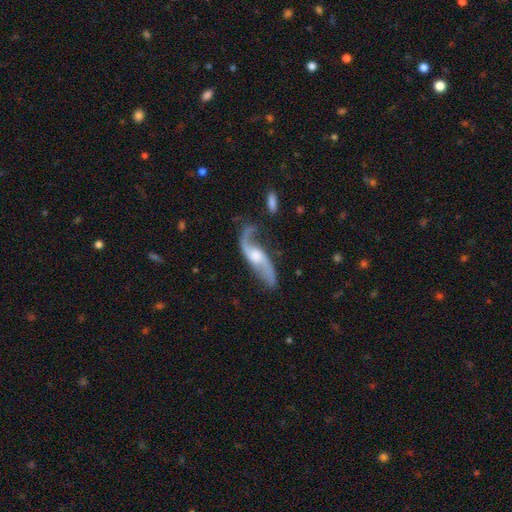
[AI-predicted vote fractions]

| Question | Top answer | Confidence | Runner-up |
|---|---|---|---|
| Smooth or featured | featured or disk | 87% | smooth (8%) |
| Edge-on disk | no | 88% | yes (12%) |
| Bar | no | 54% | weak (35%) |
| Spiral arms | yes | 95% | no (5%) |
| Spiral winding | loose | 81% | medium (15%) |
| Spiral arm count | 2 | 91% | 1 (4%) |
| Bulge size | moderate | 51% | small (27%) |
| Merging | none | 61% | minor disturbance (20%) |